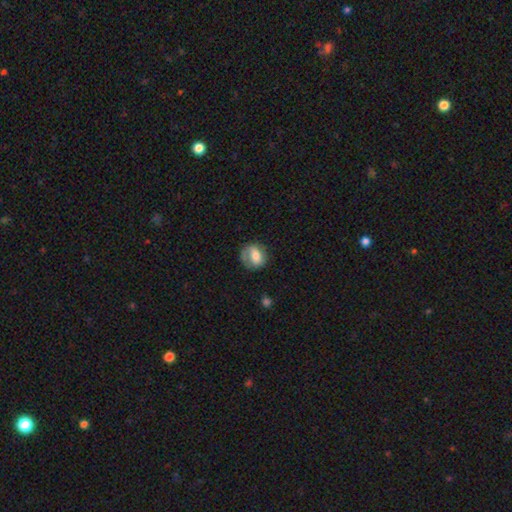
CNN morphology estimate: The model was most divided on "smooth or featured": smooth: 54%, featured or disk: 39%, star or artifact: 7%. More confident: merging — none (61%); how rounded — round (58%).